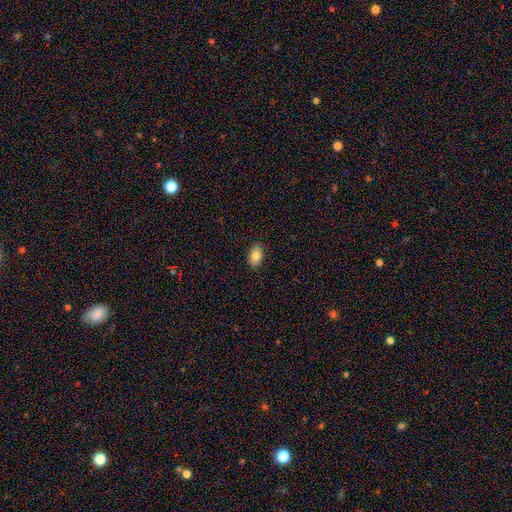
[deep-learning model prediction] This appears to be a smooth galaxy with no disk features (84%) that is in between round and cigar-shaped (90%). Merging: none (88%).